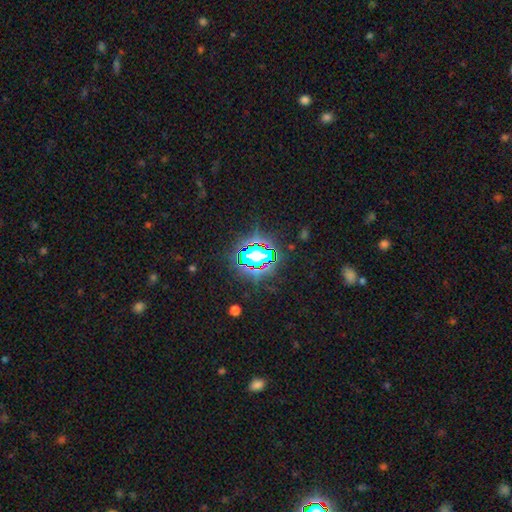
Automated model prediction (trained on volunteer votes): Smooth or featured? star or artifact (71%)